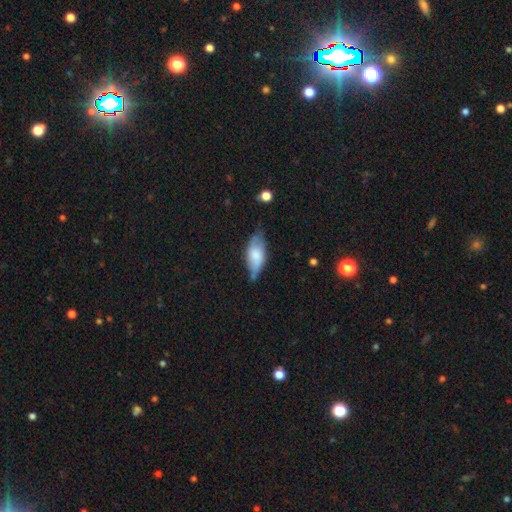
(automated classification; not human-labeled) Q: Smooth or featured?
A: smooth (68%); runner-up: featured or disk (26%)
Q: How rounded?
A: in between (85%); runner-up: cigar-shaped (12%)
Q: Merging?
A: none (48%); runner-up: minor disturbance (39%)